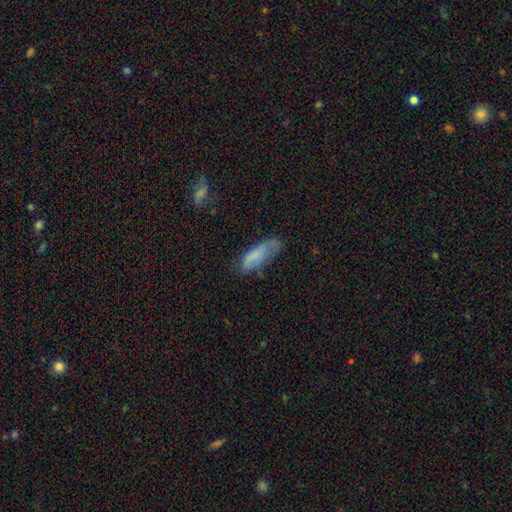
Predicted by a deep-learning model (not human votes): Q: Smooth or featured?
A: smooth (69%); runner-up: featured or disk (23%)
Q: How rounded?
A: in between (64%); runner-up: cigar-shaped (34%)
Q: Merging?
A: none (52%); runner-up: minor disturbance (31%)